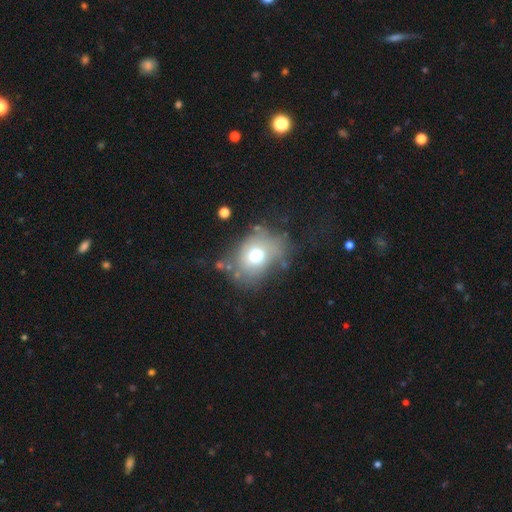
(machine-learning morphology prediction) The model was most divided on "how rounded": in between: 52%, round: 47%, cigar-shaped: 1%. More confident: smooth or featured — smooth (65%); merging — none (55%).